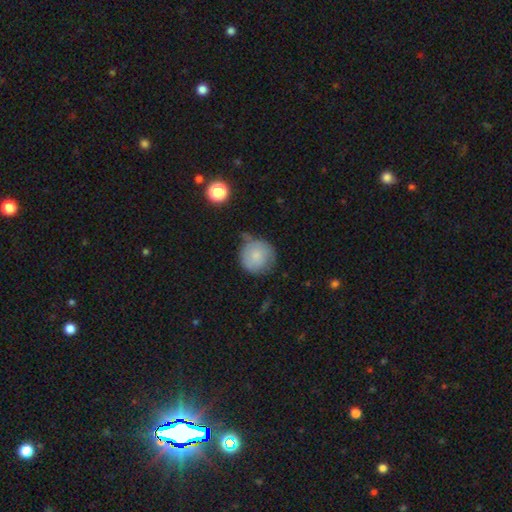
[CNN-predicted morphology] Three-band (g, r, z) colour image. It shows a smooth galaxy with no disk features (76%) that is round (92%). Merging: none (58%).